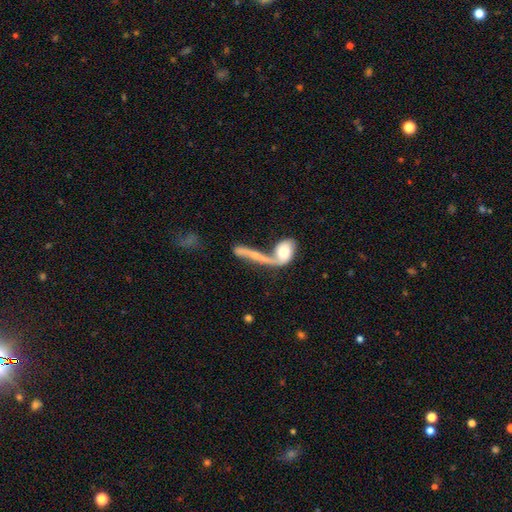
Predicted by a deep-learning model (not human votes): smooth_or_featured: featured or disk (p=0.51) [alt: smooth p=0.40]
disk_edge_on: no (p=0.65) [alt: yes p=0.35]
merging: merger (p=0.59) [alt: none p=0.20]